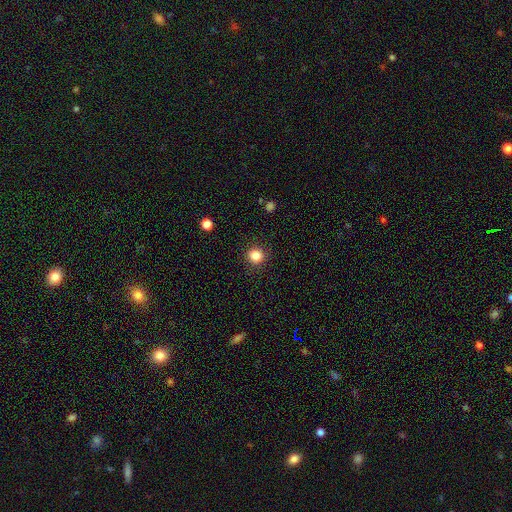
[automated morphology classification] This appears to be a smooth galaxy with no disk features (84%) that is round (92%). Merging: none (91%).